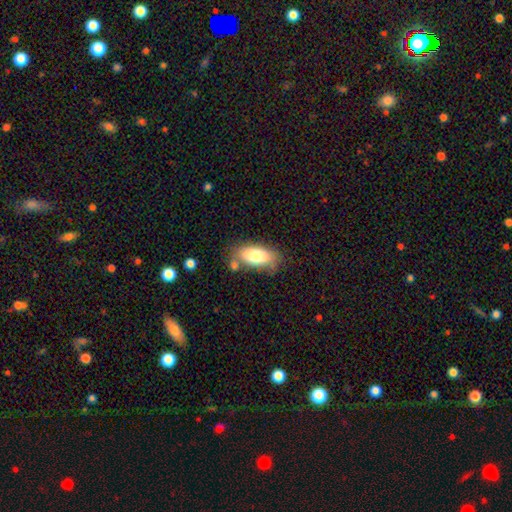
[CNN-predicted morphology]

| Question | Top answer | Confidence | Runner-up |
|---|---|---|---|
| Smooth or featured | smooth | 80% | featured or disk (13%) |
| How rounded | in between | 85% | cigar-shaped (13%) |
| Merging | none | 66% | minor disturbance (18%) |